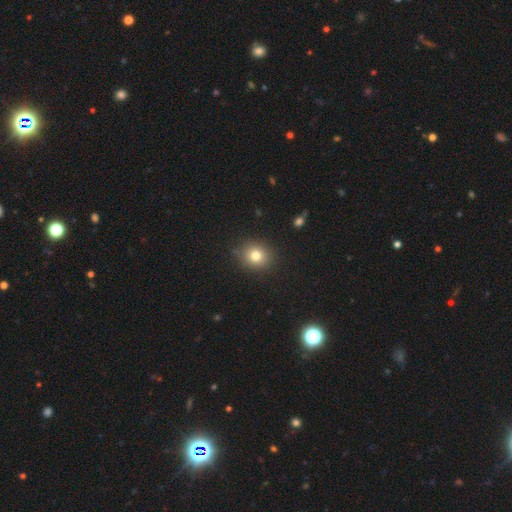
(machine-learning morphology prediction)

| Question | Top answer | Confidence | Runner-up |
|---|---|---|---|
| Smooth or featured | smooth | 79% | star or artifact (13%) |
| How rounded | round | 77% | in between (22%) |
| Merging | none | 87% | minor disturbance (9%) |